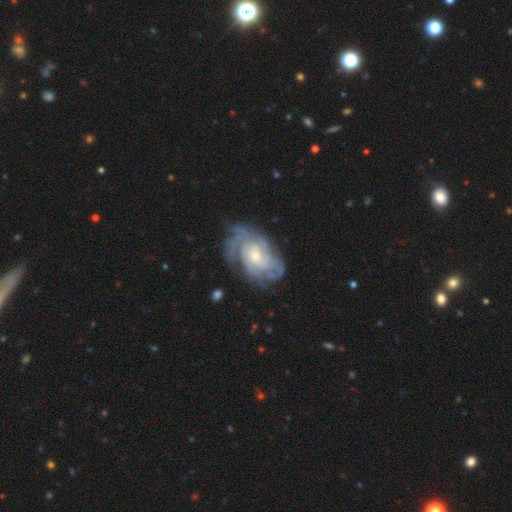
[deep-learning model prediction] A featured or disk galaxy (88%) with no bar (67%), tight (68%) spiral arms (97%) and a small central bulge (53%). Merging: none (71%).